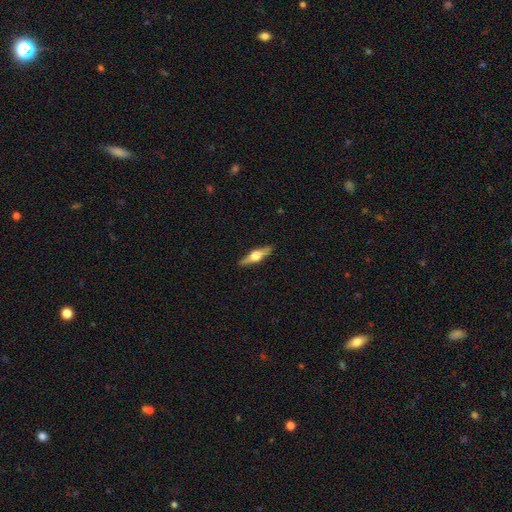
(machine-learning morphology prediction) Overall: featured or disk (65%; smooth 30%). Edge-on disk: yes (96%). Edge-on bulge: rounded (94%). Merging: none (89%).